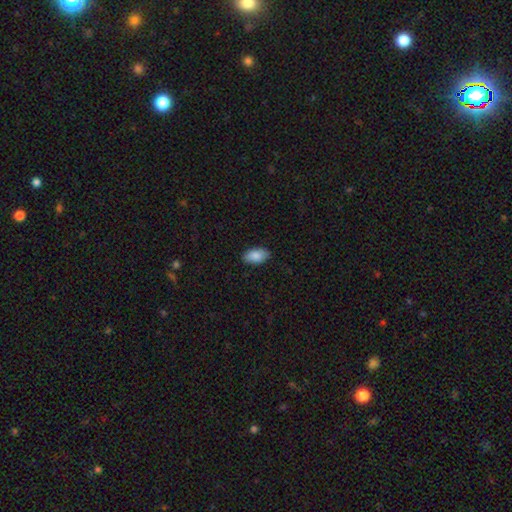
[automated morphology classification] smooth_or_featured: smooth (p=0.88) [alt: star or artifact p=0.06]
how_rounded: in between (p=0.95) [alt: round p=0.03]
merging: none (p=0.87) [alt: minor disturbance p=0.10]